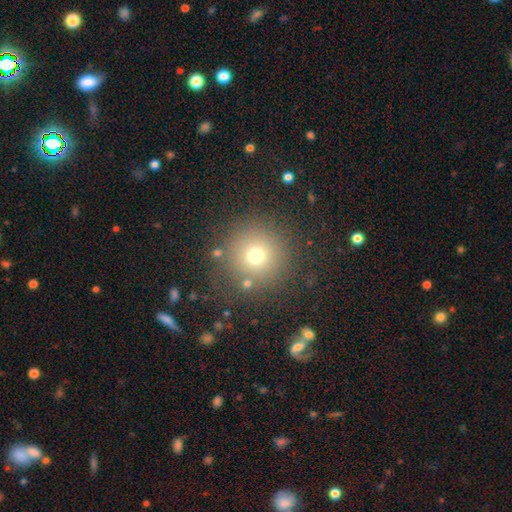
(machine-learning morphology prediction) smooth_or_featured: smooth (p=0.70) [alt: star or artifact p=0.19]
how_rounded: round (p=0.95) [alt: in between p=0.04]
merging: none (p=0.84) [alt: minor disturbance p=0.08]